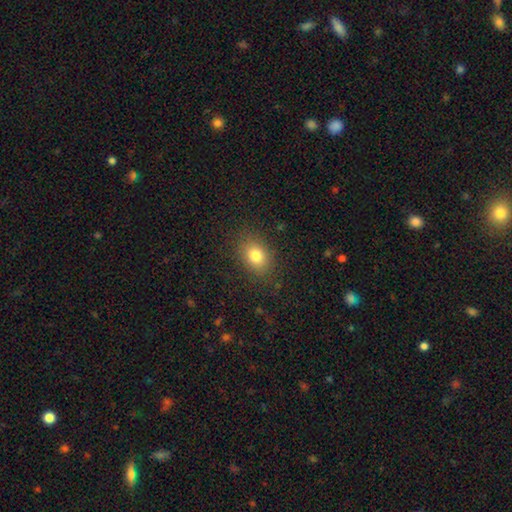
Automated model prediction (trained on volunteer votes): Smooth or featured? Predicted: smooth (p=0.80). How rounded? Predicted: in between (p=0.66). Merging? Predicted: none (p=0.85).